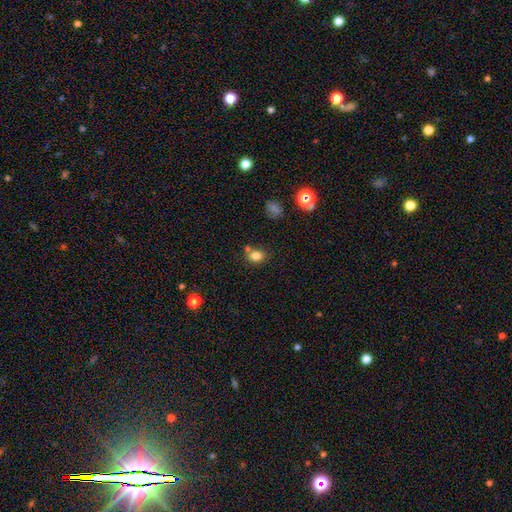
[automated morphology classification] smooth-or-featured: smooth: 81% | star or artifact: 12% | featured or disk: 7%
  how-rounded: round: 51% | in between: 48% | cigar-shaped: 1%
  merging: none: 63% | merger: 19% | minor disturbance: 14% | major disturbance: 4%